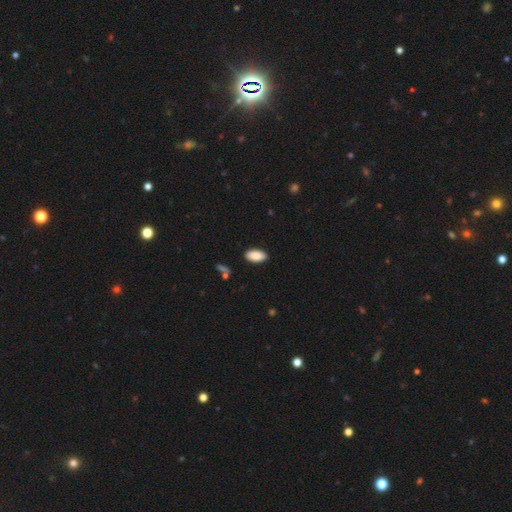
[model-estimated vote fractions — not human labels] Q: Smooth or featured?
A: smooth (88%); runner-up: star or artifact (7%)
Q: How rounded?
A: in between (94%); runner-up: cigar-shaped (3%)
Q: Merging?
A: none (89%); runner-up: minor disturbance (8%)